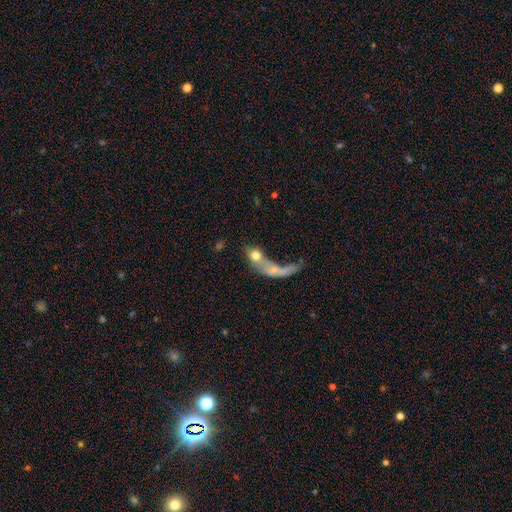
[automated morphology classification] A smooth galaxy with no disk features (63%) that is in between round and cigar-shaped (44%). Merging: merger (51%).